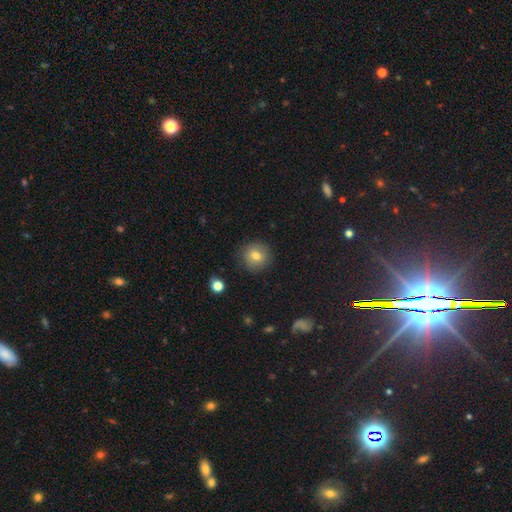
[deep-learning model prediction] smooth_or_featured: smooth (p=0.76) [alt: featured or disk p=0.13]
how_rounded: round (p=0.91) [alt: in between p=0.08]
merging: none (p=0.87) [alt: minor disturbance p=0.09]